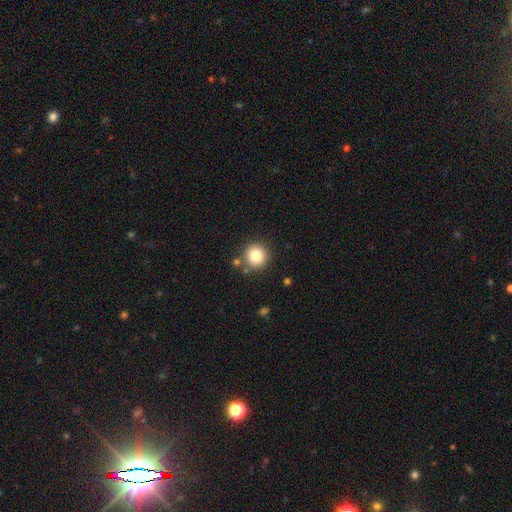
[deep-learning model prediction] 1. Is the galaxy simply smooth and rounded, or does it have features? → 82% smooth, 10% star or artifact, 8% featured or disk.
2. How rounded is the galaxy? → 94% round, 5% in between, 1% cigar-shaped.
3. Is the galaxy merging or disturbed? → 81% none, 9% minor disturbance, 6% merger, 3% major disturbance.